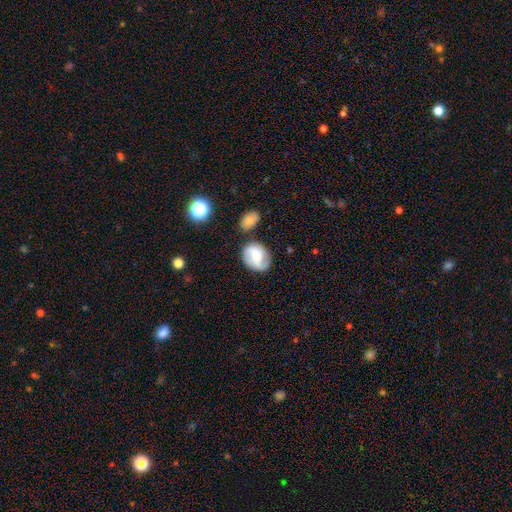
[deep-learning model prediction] A featured or disk galaxy (51%). Merging: none (64%).